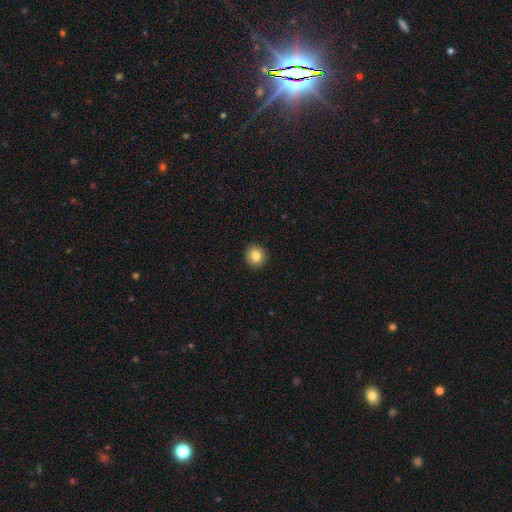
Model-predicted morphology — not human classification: Smooth or featured?
  - smooth: 82% *
  - star or artifact: 9%
  - featured or disk: 8%
How rounded?
  - round: 89% *
  - in between: 11%
  - cigar-shaped: 1%
Merging?
  - none: 92% *
  - minor disturbance: 5%
  - major disturbance: 2%
  - merger: 1%